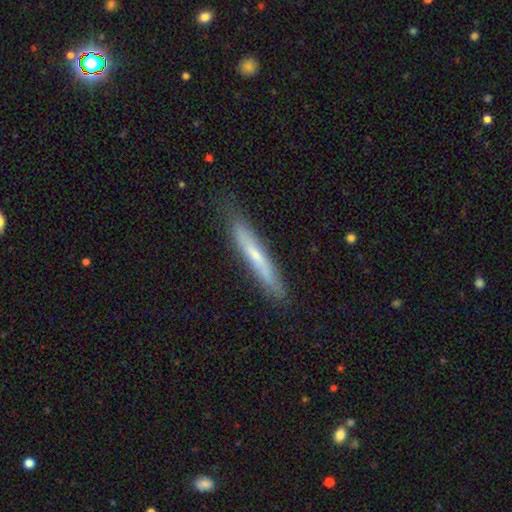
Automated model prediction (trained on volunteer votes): Overall: smooth (55%; featured or disk 39%). How rounded: cigar-shaped (94%). Merging: none (82%).